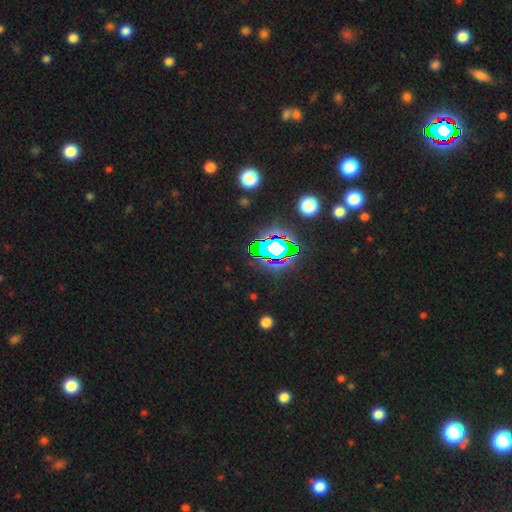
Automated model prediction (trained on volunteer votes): Morphology: type=star or artifact (78%).